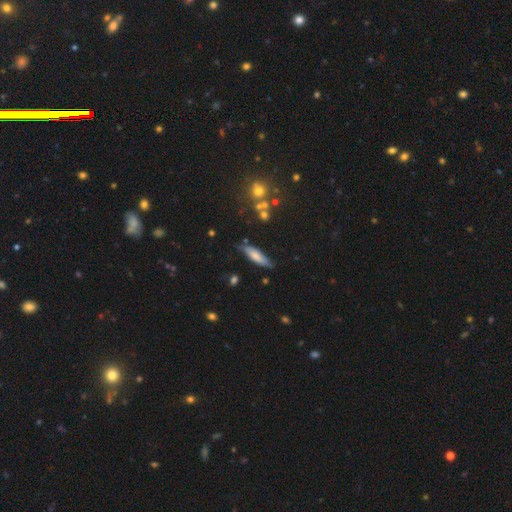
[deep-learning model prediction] smooth-or-featured: smooth: 69% | featured or disk: 24% | star or artifact: 7%
  how-rounded: cigar-shaped: 61% | in between: 37% | round: 2%
  merging: none: 73% | minor disturbance: 20% | major disturbance: 4% | merger: 3%